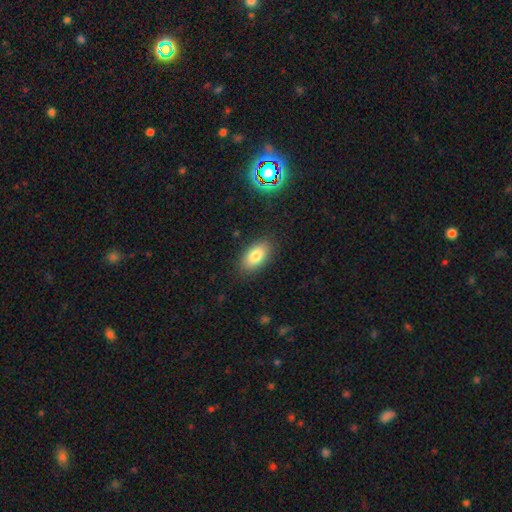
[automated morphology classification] Smooth or featured?
  - smooth: 82% *
  - featured or disk: 10%
  - star or artifact: 8%
How rounded?
  - in between: 92% *
  - round: 5%
  - cigar-shaped: 3%
Merging?
  - none: 86% *
  - minor disturbance: 10%
  - major disturbance: 3%
  - merger: 1%